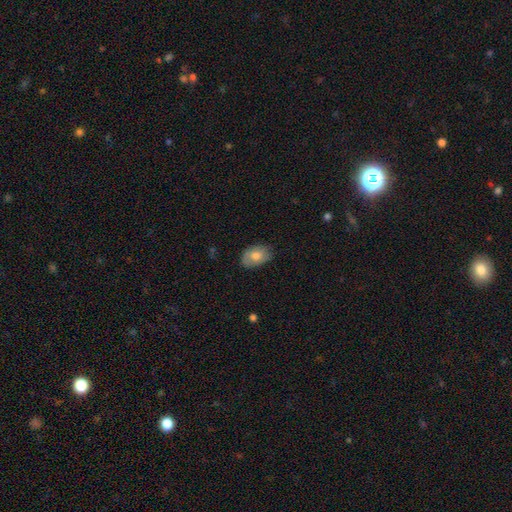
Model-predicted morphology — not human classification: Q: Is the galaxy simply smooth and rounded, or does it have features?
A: smooth — 74%.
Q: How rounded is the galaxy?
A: in between — 87%.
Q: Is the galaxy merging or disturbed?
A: none — 76%.